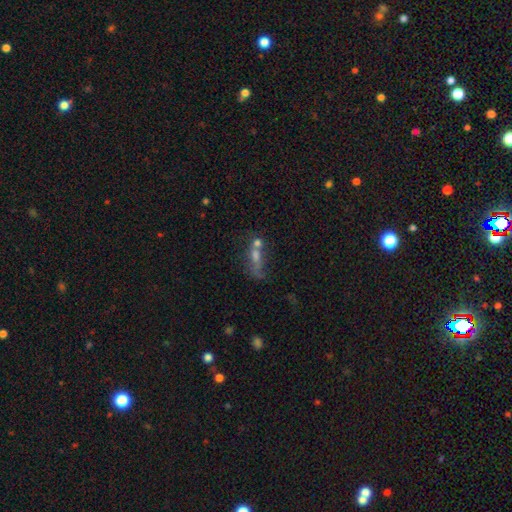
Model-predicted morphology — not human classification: smooth 47%, featured or disk 33%, star or artifact 21%. Down the decision tree: merging — merger (39%).